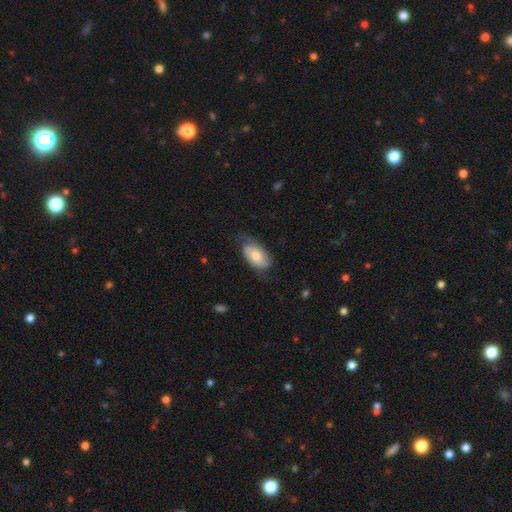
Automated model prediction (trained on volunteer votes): This is possibly a smooth galaxy (53%). How rounded: clearly in between (93%). Merging: possibly none (56%).